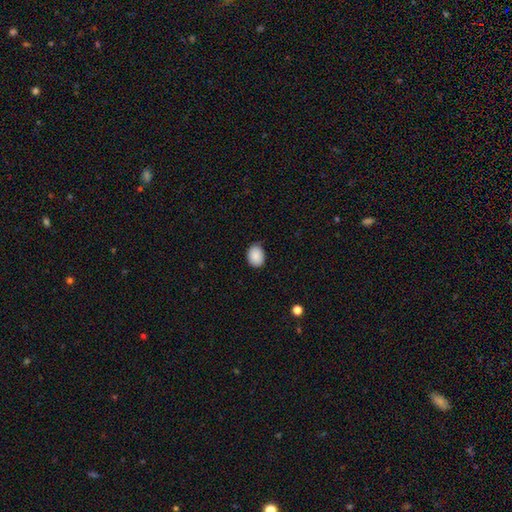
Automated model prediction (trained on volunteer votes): Smooth or featured: smooth — 89% (star or artifact — 8%)
How rounded: in between — 64% (round — 35%)
Merging: none — 77% (minor disturbance — 19%)